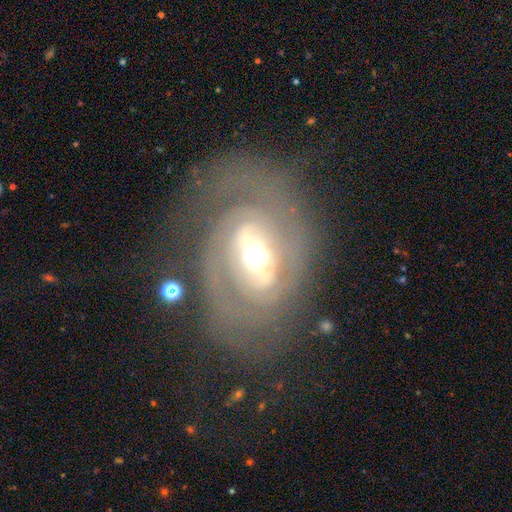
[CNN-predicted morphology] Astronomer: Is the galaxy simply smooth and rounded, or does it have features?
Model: featured or disk — 82%.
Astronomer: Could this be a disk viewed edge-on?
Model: no — 94%.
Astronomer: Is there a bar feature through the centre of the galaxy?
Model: strong — 41% (runner-up: weak, 35%).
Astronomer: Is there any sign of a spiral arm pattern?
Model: yes — 77%.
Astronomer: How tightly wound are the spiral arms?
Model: tight — 53% (runner-up: medium, 33%).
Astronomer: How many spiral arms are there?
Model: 2 — 59%.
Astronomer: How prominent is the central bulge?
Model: moderate — 64%.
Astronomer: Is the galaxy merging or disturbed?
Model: none — 64%.